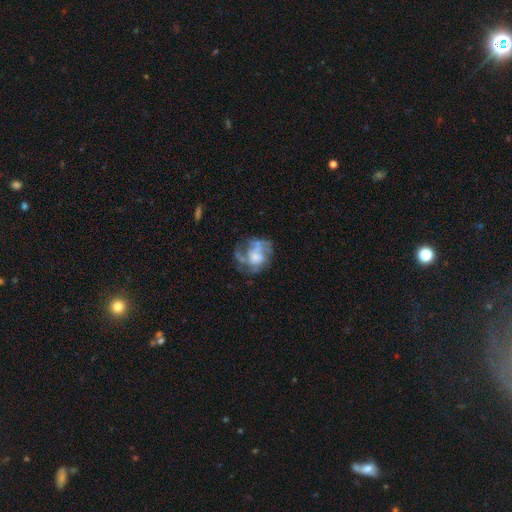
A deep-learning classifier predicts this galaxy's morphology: Q: Smooth or featured?
A: featured or disk (62%); runner-up: smooth (28%)
Q: Edge-on disk?
A: no (98%); runner-up: yes (2%)
Q: Bar?
A: no (79%); runner-up: weak (18%)
Q: Spiral arms?
A: no (50%); tied with: yes (50%)
Q: Bulge size?
A: moderate (33%); runner-up: none (23%)
Q: Merging?
A: none (43%); runner-up: major disturbance (32%)